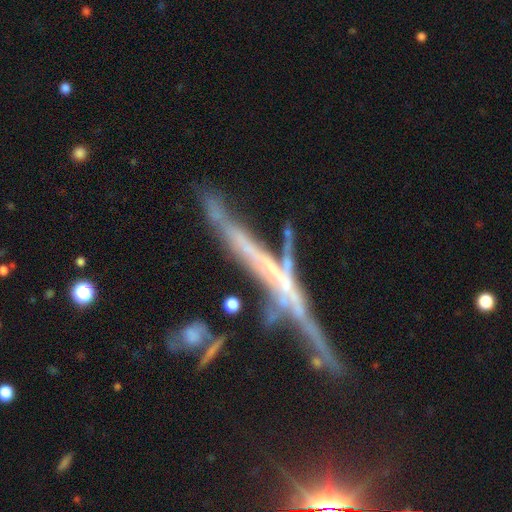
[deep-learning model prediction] Smooth or featured? featured or disk (72%)
Edge-on disk? yes (88%)
Edge-on bulge? none (70%)
Merging? none (50%)